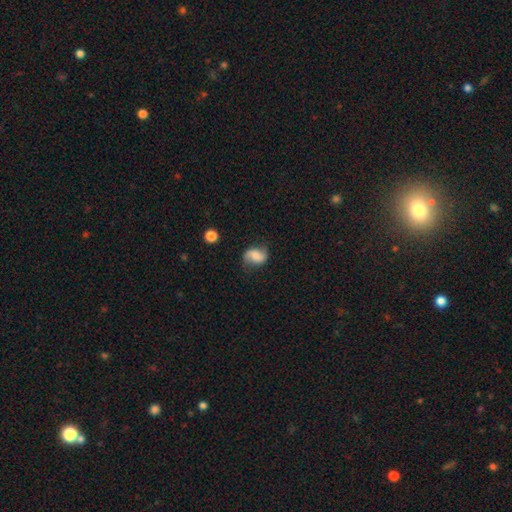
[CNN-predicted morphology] This is possibly a featured or disk galaxy (48%). Merging: likely none (72%).